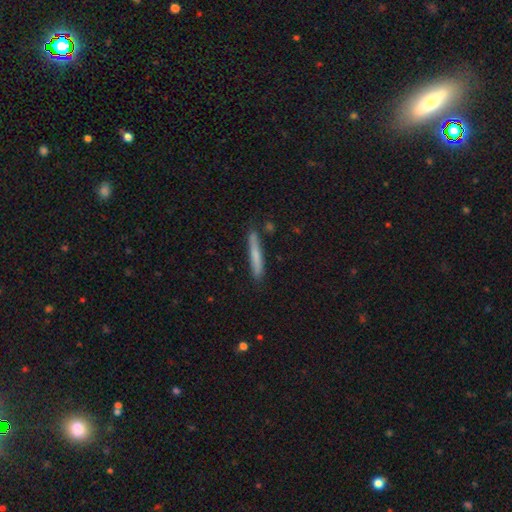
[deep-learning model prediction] Morphology: type=smooth (70%); roundness=cigar-shaped (95%); merging=none (84%).